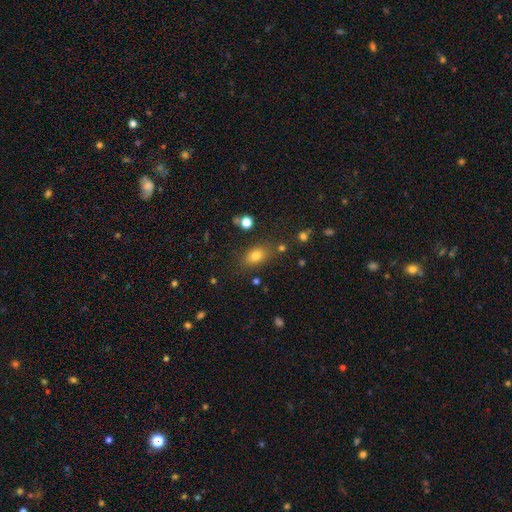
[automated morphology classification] A smooth galaxy with no disk features (77%) that is in between round and cigar-shaped (78%). Merging: none (77%).